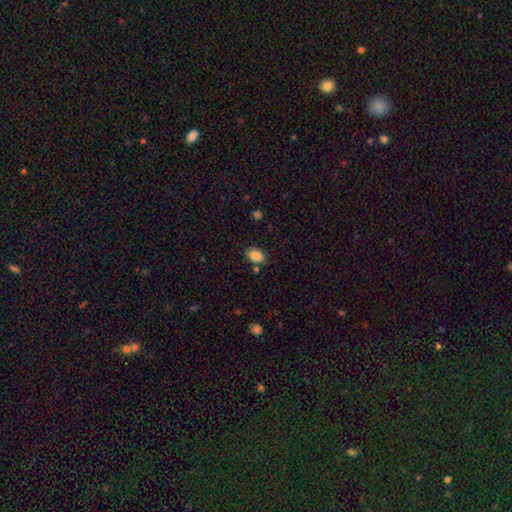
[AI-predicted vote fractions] Smooth or featured?
  - smooth: 86% *
  - star or artifact: 8%
  - featured or disk: 6%
How rounded?
  - in between: 87% *
  - round: 12%
  - cigar-shaped: 1%
Merging?
  - none: 81% *
  - minor disturbance: 12%
  - merger: 4%
  - major disturbance: 3%